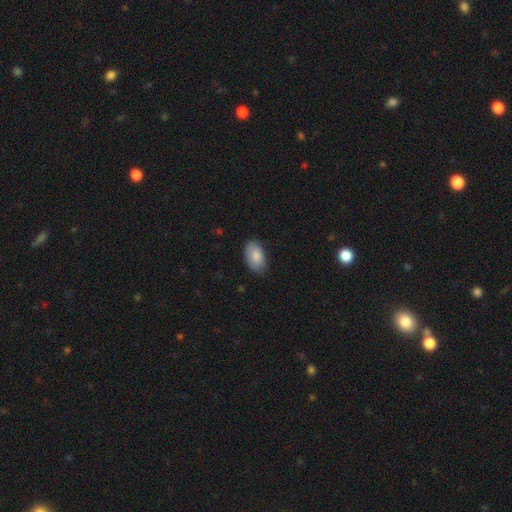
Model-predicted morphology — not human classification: Overall: smooth (85%). How rounded: in between (93%). Merging: none (78%).